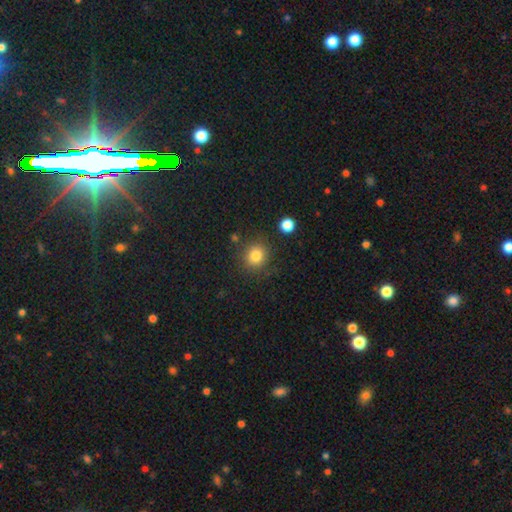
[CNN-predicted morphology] A smooth galaxy with no disk features (82%) that is round (85%). Merging: none (83%).